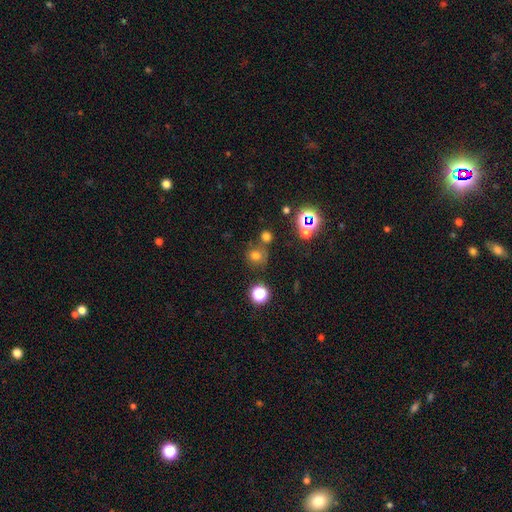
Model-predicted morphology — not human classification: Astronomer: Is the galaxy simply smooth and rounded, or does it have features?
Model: smooth — 65%.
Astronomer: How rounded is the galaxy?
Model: round — 88%.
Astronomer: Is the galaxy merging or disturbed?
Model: none — 68%.